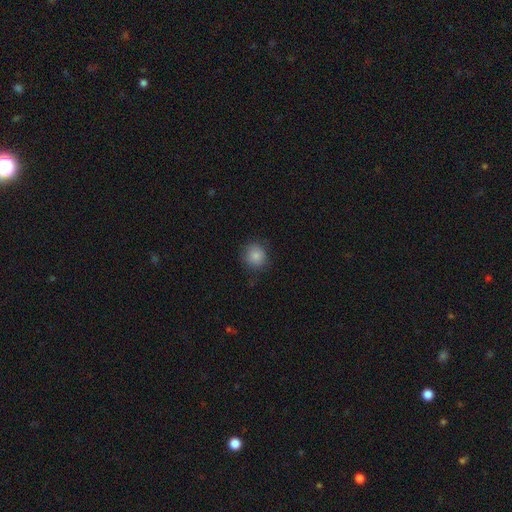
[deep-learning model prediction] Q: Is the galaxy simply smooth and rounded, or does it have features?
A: smooth — 84%.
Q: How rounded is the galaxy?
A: round — 89%.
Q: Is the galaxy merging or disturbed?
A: none — 83%.